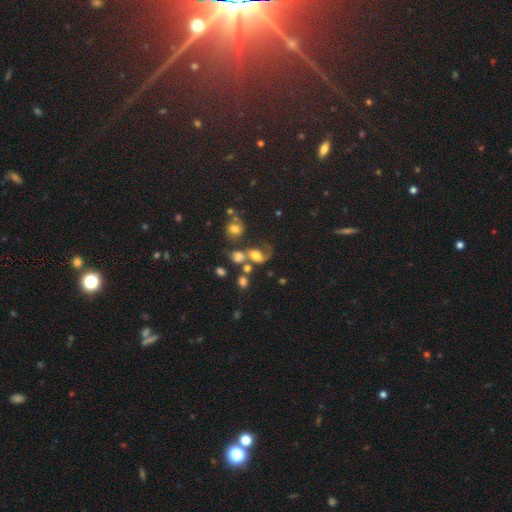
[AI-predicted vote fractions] smooth-or-featured: smooth: 46% | featured or disk: 39% | star or artifact: 14%
  merging: merger: 33% | none: 28% | major disturbance: 23% | minor disturbance: 16%